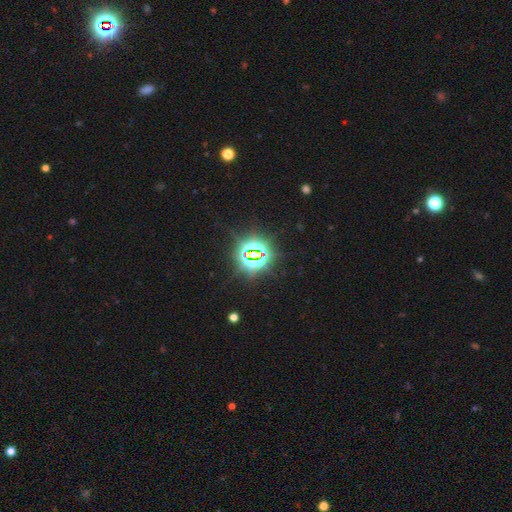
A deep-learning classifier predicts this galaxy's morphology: Smooth or featured: star or artifact — 83% (smooth — 10%)